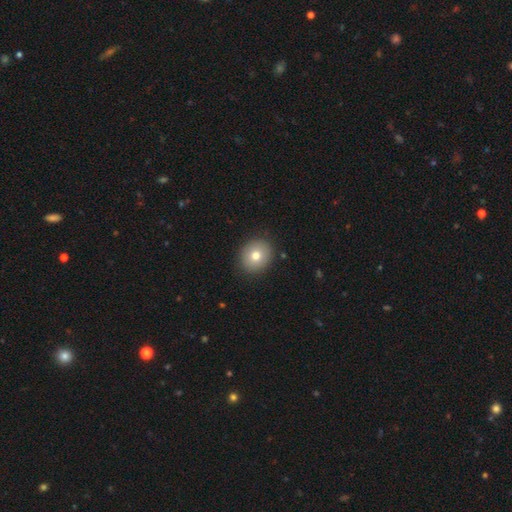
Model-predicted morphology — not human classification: A smooth galaxy with no disk features (75%) that is round (76%).

Vote fractions:
- Smooth or featured? smooth: 75% / featured or disk: 15% / star or artifact: 10%
- How rounded? round: 76% / in between: 23% / cigar-shaped: 1%
- Merging? none: 89% / minor disturbance: 8% / major disturbance: 2% / merger: 1%